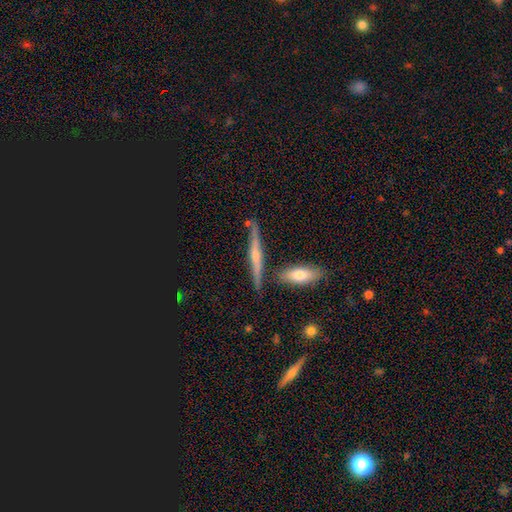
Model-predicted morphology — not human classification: smooth-or-featured: featured or disk: 56% | smooth: 24% | star or artifact: 20%
  disk-edge-on: yes: 89% | no: 11%
    edge-on-bulge: rounded: 73% | none: 17% | boxy: 11%
  merging: none: 76% | minor disturbance: 11% | merger: 9% | major disturbance: 4%